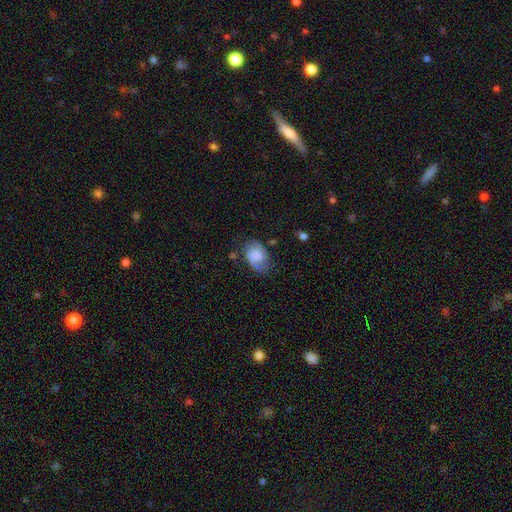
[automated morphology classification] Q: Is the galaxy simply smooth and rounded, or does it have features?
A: smooth — 48%.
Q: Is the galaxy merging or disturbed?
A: none — 58%.